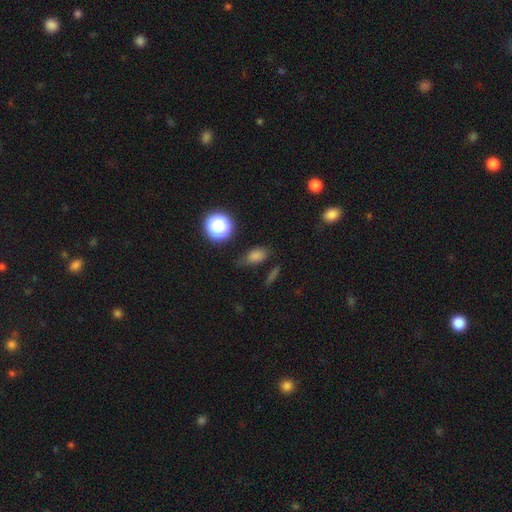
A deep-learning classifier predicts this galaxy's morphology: A smooth galaxy with no disk features (76%) that is in between round and cigar-shaped (76%).

Vote fractions:
- Smooth or featured? smooth: 76% / star or artifact: 17% / featured or disk: 7%
- How rounded? in between: 76% / round: 19% / cigar-shaped: 5%
- Merging? none: 70% / minor disturbance: 21% / major disturbance: 6% / merger: 4%